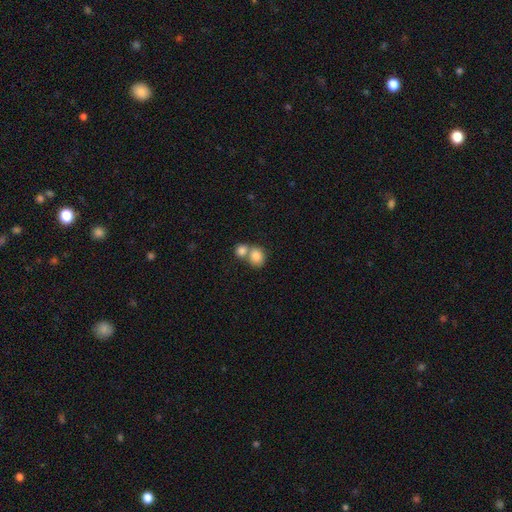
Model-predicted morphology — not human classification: smooth 84%, featured or disk 8%, star or artifact 8%. Down the decision tree: how rounded — round (66%); merging — merger (57%).